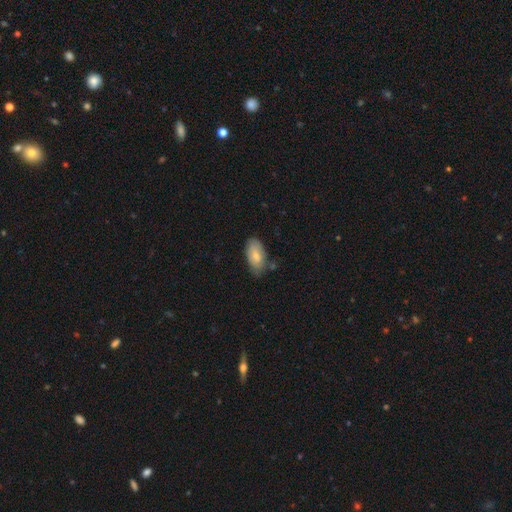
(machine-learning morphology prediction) The model was most divided on "merging": none: 65%, minor disturbance: 26%, major disturbance: 4%, merger: 4%. More confident: how rounded — in between (94%); smooth or featured — smooth (77%).